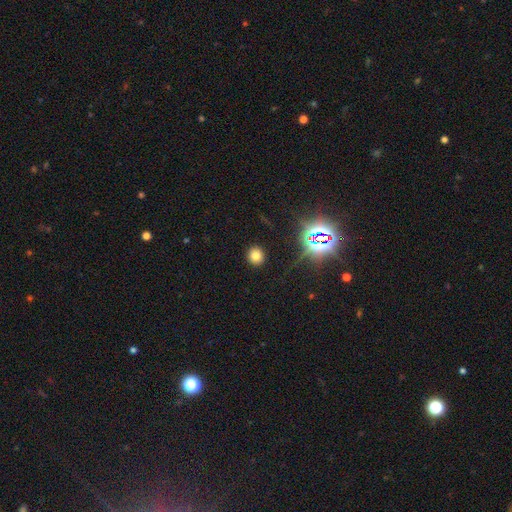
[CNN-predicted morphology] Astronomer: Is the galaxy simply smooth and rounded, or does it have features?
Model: smooth — 74%.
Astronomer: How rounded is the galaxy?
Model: round — 84%.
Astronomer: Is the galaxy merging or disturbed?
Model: none — 90%.